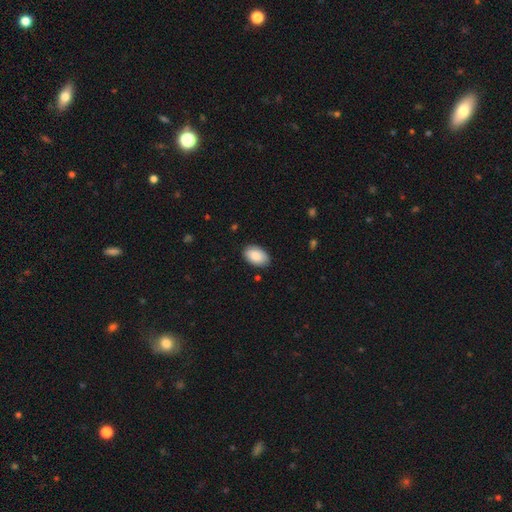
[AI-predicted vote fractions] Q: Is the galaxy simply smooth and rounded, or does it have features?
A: smooth — 88%.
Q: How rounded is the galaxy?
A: in between — 93%.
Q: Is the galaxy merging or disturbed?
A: none — 85%.